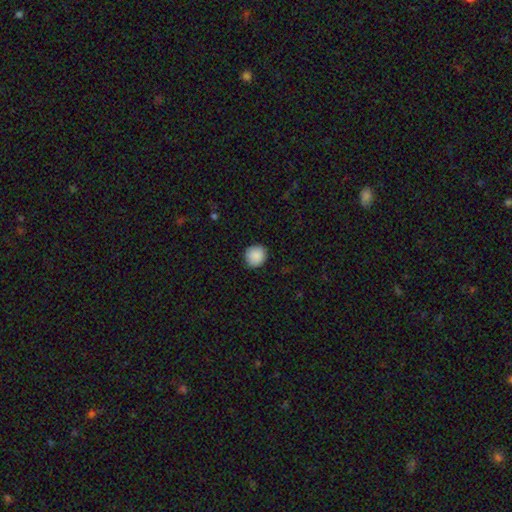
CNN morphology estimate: This is clearly a smooth galaxy (89%). How rounded: clearly round (91%). Merging: clearly none (90%).